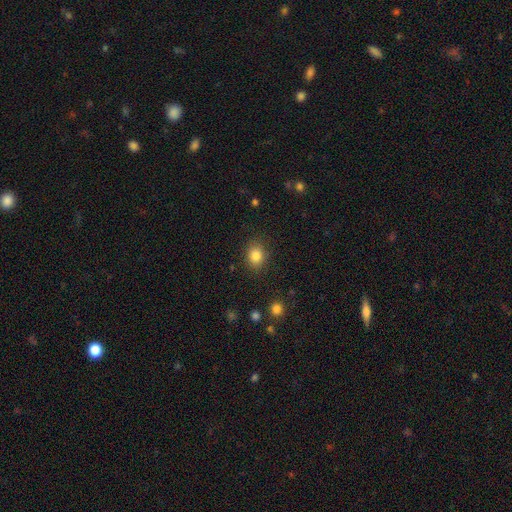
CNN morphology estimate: smooth 83%, star or artifact 11%, featured or disk 6%. Down the decision tree: how rounded — round (60%); merging — none (86%).